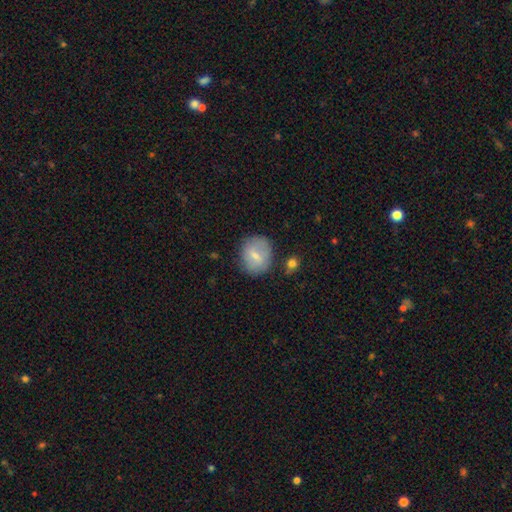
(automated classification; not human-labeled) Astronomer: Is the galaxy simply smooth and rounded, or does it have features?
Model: smooth — 65%.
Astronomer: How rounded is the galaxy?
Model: round — 68%.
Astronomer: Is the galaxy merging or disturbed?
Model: none — 72%.